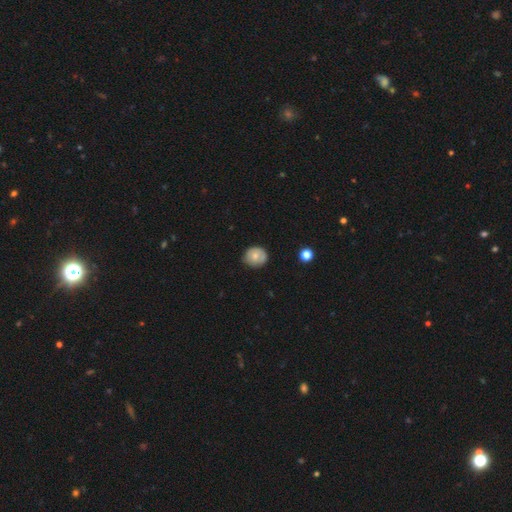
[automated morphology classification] Smooth or featured? Predicted: smooth (p=0.67). How rounded? Predicted: round (p=0.77). Merging? Predicted: none (p=0.77).